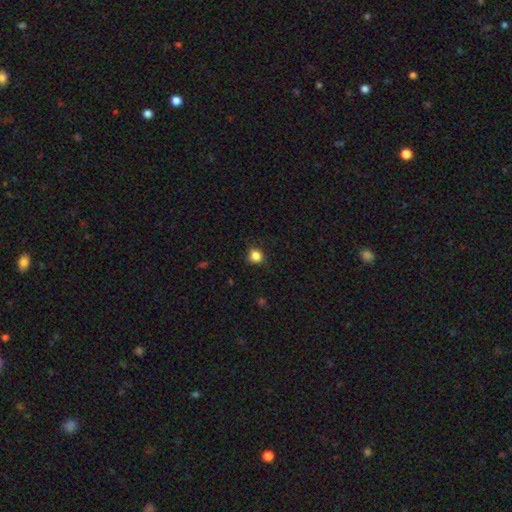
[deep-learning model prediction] Smooth or featured: smooth — 84% (star or artifact — 12%)
How rounded: round — 77% (in between — 22%)
Merging: none — 80% (minor disturbance — 16%)